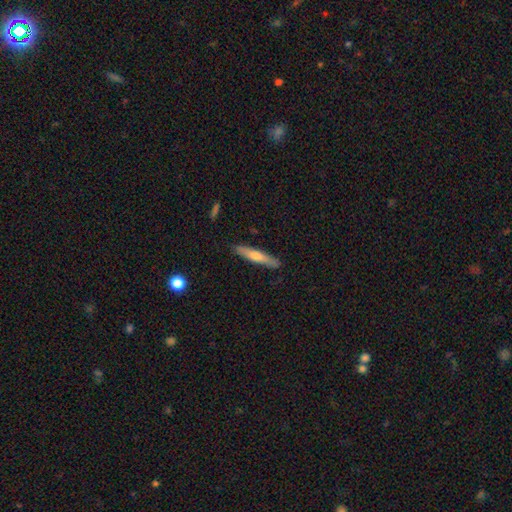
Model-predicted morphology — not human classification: The model was most divided on "smooth or featured": smooth: 55%, featured or disk: 39%, star or artifact: 6%. More confident: how rounded — cigar-shaped (91%); merging — none (88%).